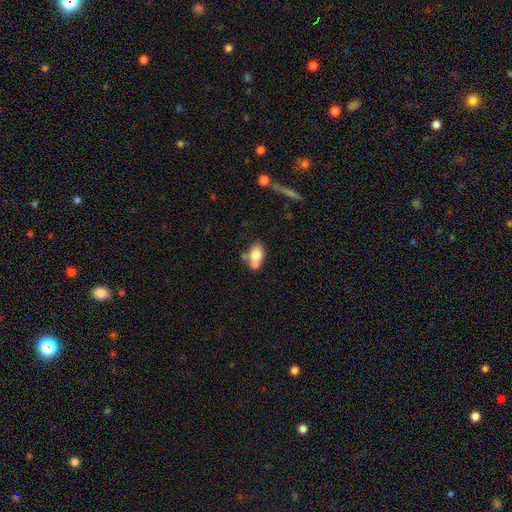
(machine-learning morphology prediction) smooth-or-featured: smooth: 73% | featured or disk: 19% | star or artifact: 8%
  how-rounded: in between: 85% | round: 12% | cigar-shaped: 3%
  merging: none: 47% | merger: 30% | minor disturbance: 17% | major disturbance: 5%